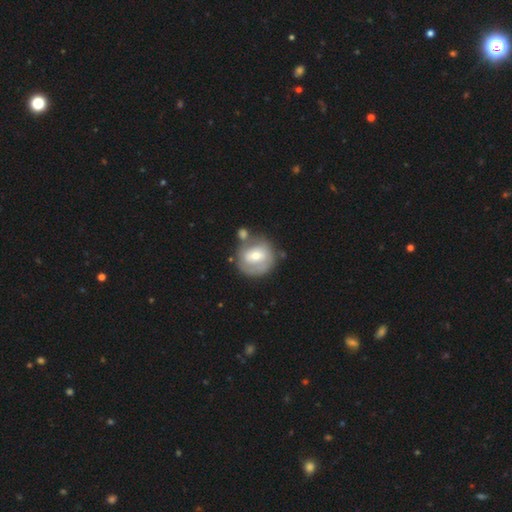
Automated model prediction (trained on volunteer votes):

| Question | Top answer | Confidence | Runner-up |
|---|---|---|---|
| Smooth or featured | featured or disk | 48% | smooth (46%) |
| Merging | none | 55% | merger (19%) |